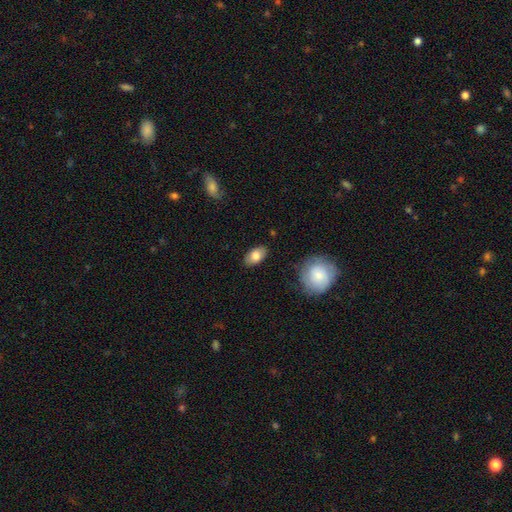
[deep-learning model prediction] A smooth galaxy with no disk features (80%) that is in between round and cigar-shaped (91%). Merging: none (86%).